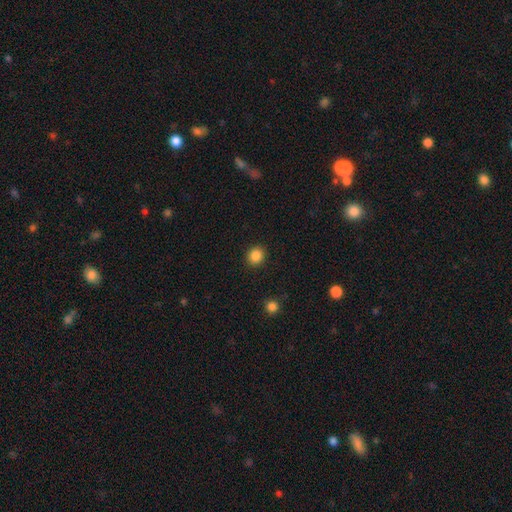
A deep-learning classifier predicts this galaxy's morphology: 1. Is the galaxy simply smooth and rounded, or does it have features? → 86% smooth, 11% star or artifact, 4% featured or disk.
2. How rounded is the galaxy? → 84% round, 15% in between, 1% cigar-shaped.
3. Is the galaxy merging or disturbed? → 91% none, 6% minor disturbance, 2% major disturbance, 1% merger.